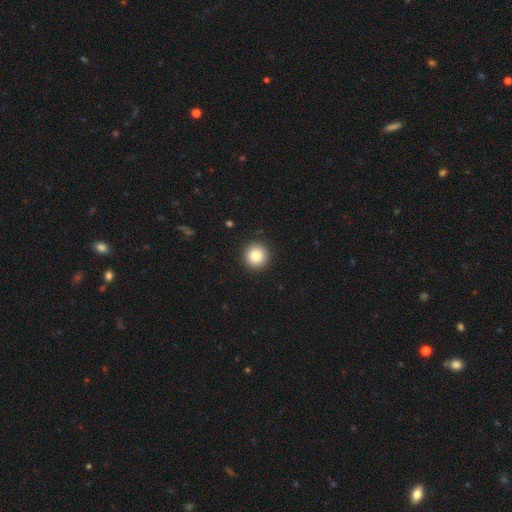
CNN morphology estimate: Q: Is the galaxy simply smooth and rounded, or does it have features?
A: smooth — 85%.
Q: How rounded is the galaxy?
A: round — 95%.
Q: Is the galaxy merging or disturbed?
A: none — 92%.